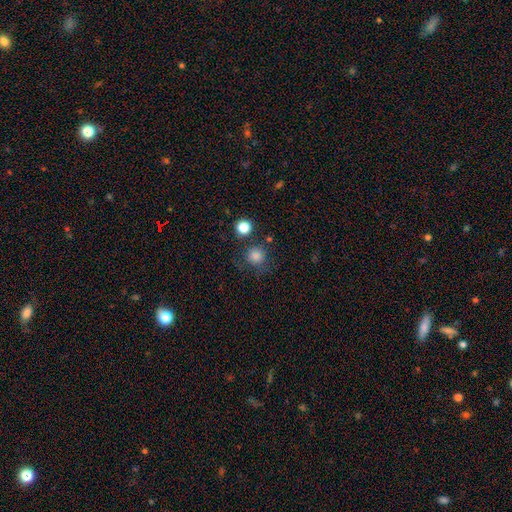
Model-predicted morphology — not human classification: smooth-or-featured: smooth: 82% | star or artifact: 13% | featured or disk: 4%
  how-rounded: round: 93% | in between: 6% | cigar-shaped: 1%
  merging: none: 77% | minor disturbance: 12% | merger: 6% | major disturbance: 5%